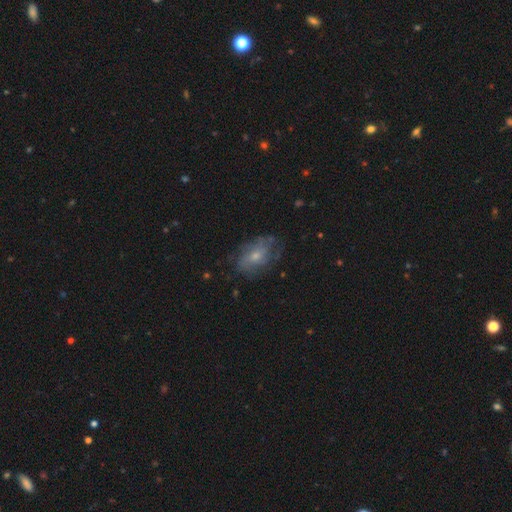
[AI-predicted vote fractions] Q: Smooth or featured?
A: featured or disk (49%); runner-up: smooth (42%)
Q: Merging?
A: none (59%); runner-up: minor disturbance (25%)